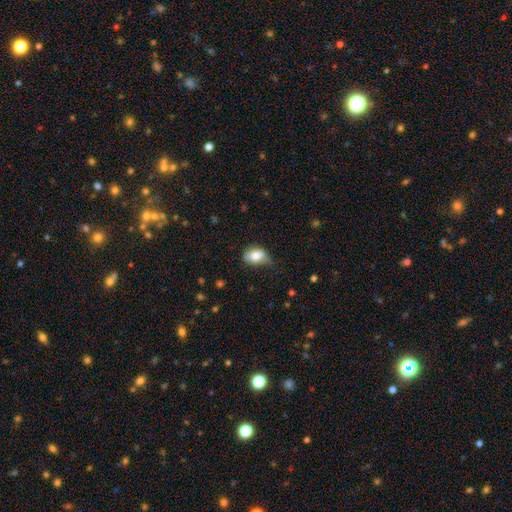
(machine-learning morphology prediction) type=smooth (76%); roundness=in between (73%); merging=none (48%).